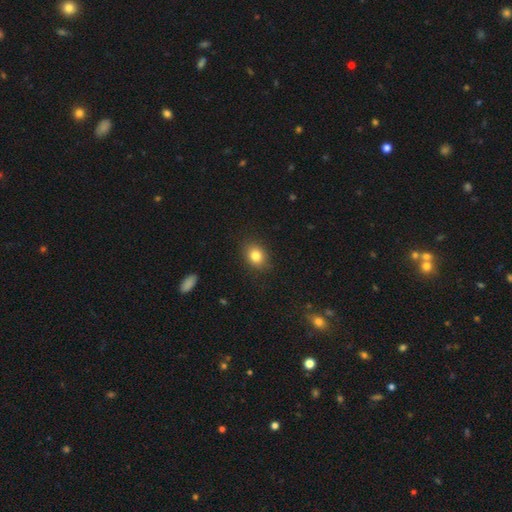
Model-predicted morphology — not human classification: This appears to be a smooth galaxy with no disk features (82%) that is round (51%). Merging: none (87%).